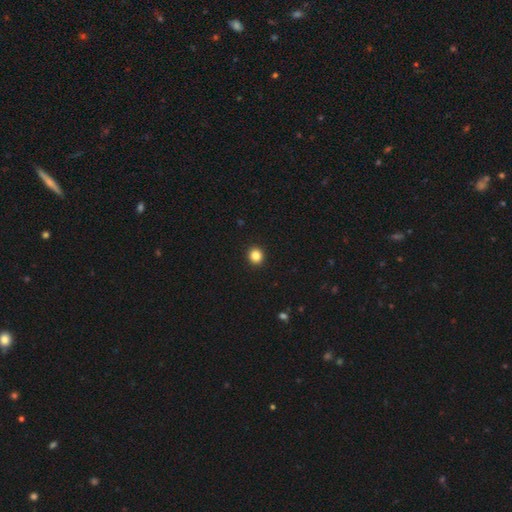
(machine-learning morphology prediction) This appears to be a smooth galaxy with no disk features (85%) that is round (89%). Merging: none (94%).